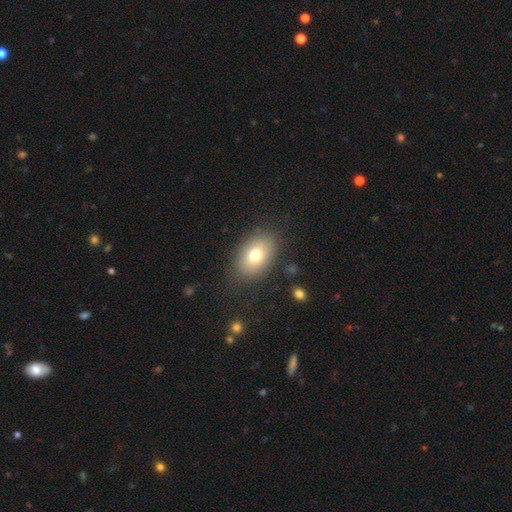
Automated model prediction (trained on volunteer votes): A smooth galaxy with no disk features (73%) that is in between round and cigar-shaped (84%). Merging: none (82%).